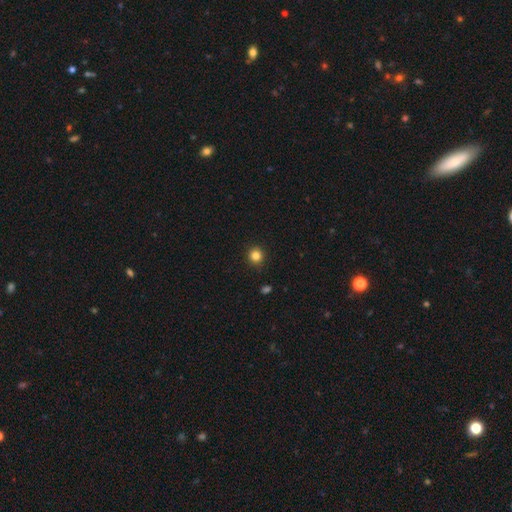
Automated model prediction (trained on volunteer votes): The model was most divided on "smooth or featured": smooth: 84%, star or artifact: 12%, featured or disk: 4%. More confident: how rounded — round (93%); merging — none (92%).